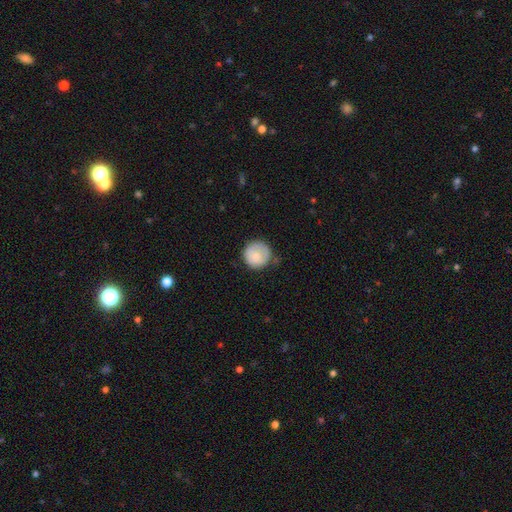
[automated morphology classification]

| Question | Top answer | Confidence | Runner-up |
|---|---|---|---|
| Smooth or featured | smooth | 80% | featured or disk (13%) |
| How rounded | round | 93% | in between (6%) |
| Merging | none | 66% | minor disturbance (26%) |